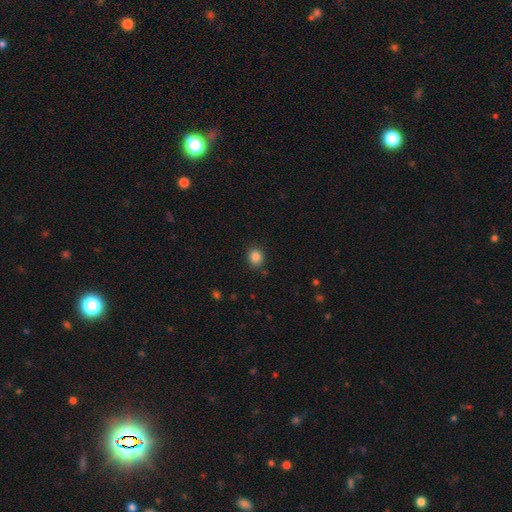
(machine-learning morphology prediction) Smooth or featured? Predicted: smooth (p=0.85). How rounded? Predicted: round (p=0.75). Merging? Predicted: none (p=0.87).